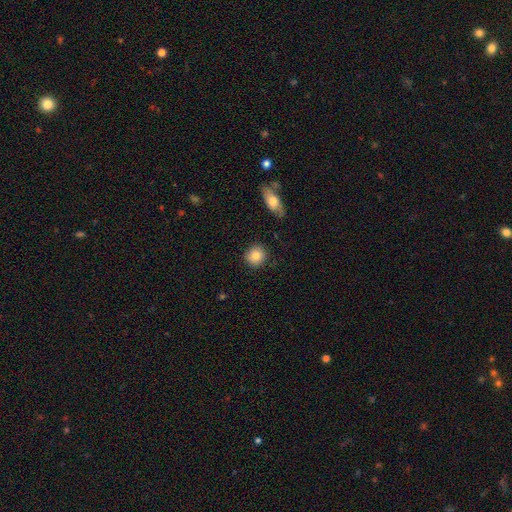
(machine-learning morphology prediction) This appears to be a smooth galaxy with no disk features (83%) that is round (90%). Merging: none (89%).